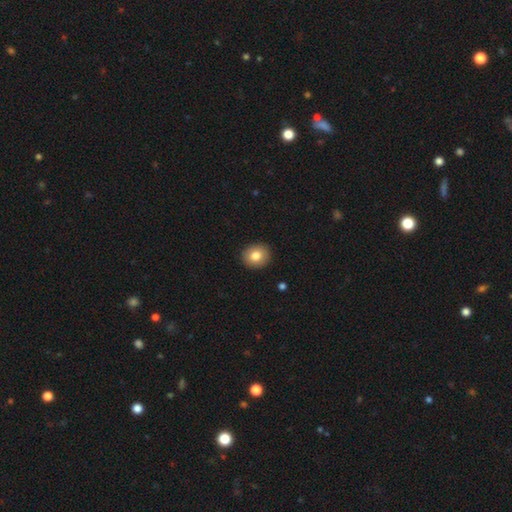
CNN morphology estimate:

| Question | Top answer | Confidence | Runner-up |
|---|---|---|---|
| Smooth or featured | smooth | 81% | featured or disk (10%) |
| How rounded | round | 74% | in between (25%) |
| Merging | none | 92% | minor disturbance (6%) |